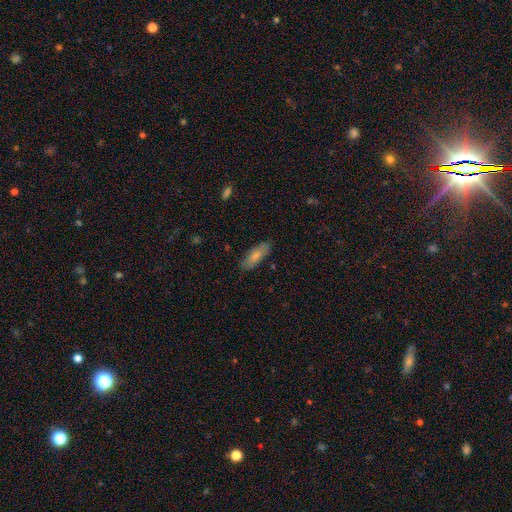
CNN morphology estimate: type=smooth (76%); roundness=in between (62%); merging=none (83%).